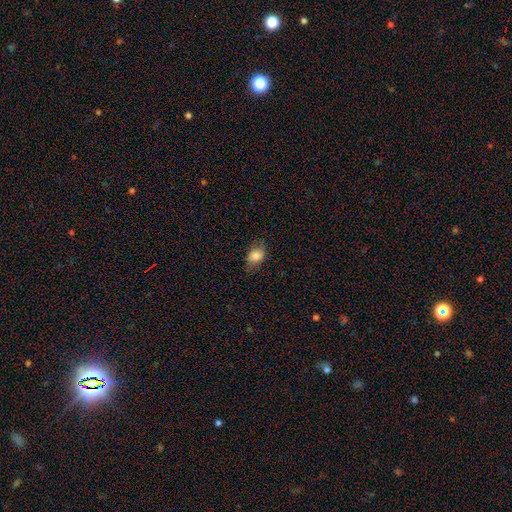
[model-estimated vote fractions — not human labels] smooth_or_featured: smooth (p=0.80) [alt: featured or disk p=0.11]
how_rounded: in between (p=0.76) [alt: round p=0.22]
merging: none (p=0.69) [alt: minor disturbance p=0.23]